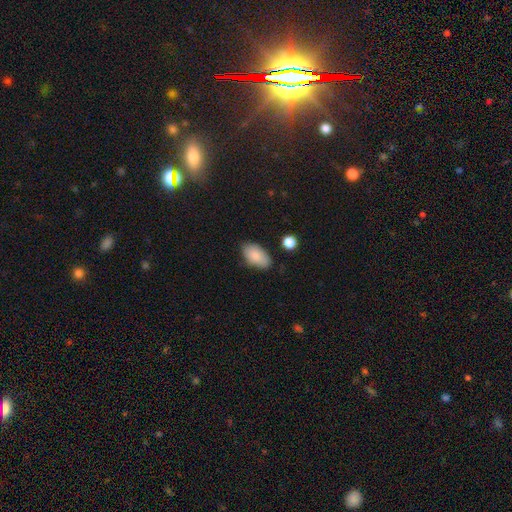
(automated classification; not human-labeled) A smooth galaxy with no disk features (87%) that is in between round and cigar-shaped (94%).

Vote fractions:
- Smooth or featured? smooth: 87% / featured or disk: 7% / star or artifact: 7%
- How rounded? in between: 94% / round: 4% / cigar-shaped: 2%
- Merging? none: 76% / minor disturbance: 17% / major disturbance: 4% / merger: 3%